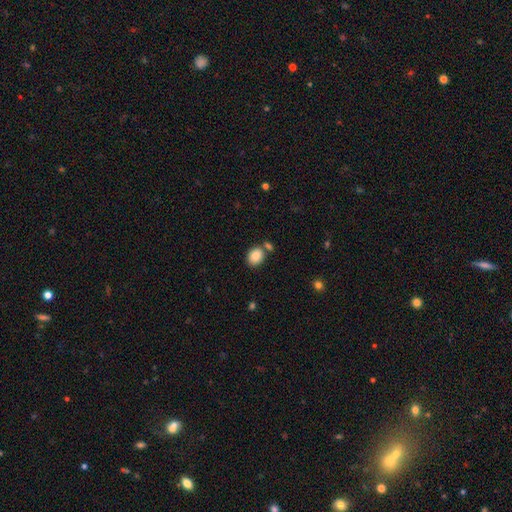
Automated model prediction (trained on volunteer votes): Overall: smooth (85%). How rounded: in between (52%; round 47%). Merging: none (70%).